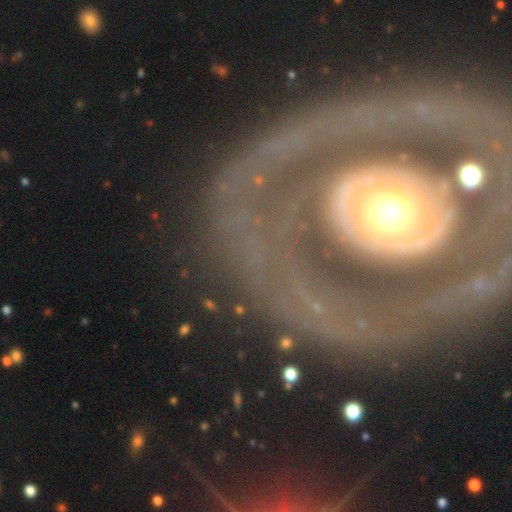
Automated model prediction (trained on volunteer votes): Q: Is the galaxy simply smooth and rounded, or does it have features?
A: featured or disk — 79%.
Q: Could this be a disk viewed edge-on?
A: no — 94%.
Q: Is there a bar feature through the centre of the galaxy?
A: no — 72%.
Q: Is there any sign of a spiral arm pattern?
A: yes — 60%.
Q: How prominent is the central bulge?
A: moderate — 61%.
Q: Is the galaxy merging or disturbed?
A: none — 68%.